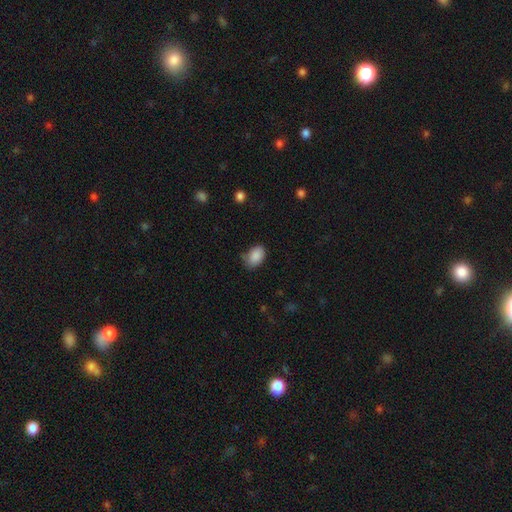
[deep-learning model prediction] Overall: smooth (88%). How rounded: in between (88%). Merging: none (66%).